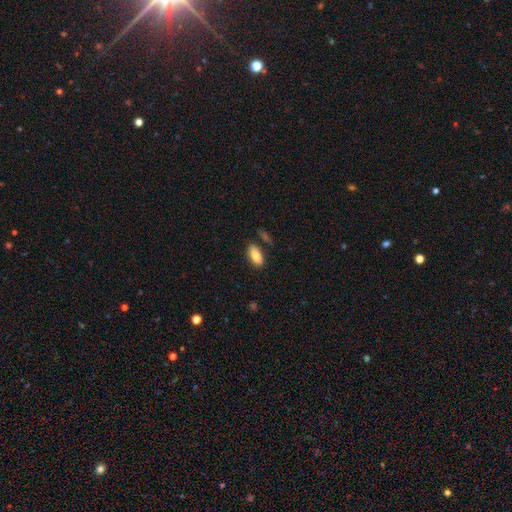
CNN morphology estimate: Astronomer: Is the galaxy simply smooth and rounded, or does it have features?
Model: smooth — 80%.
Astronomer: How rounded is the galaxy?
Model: in between — 91%.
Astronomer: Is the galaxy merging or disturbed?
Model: none — 80%.